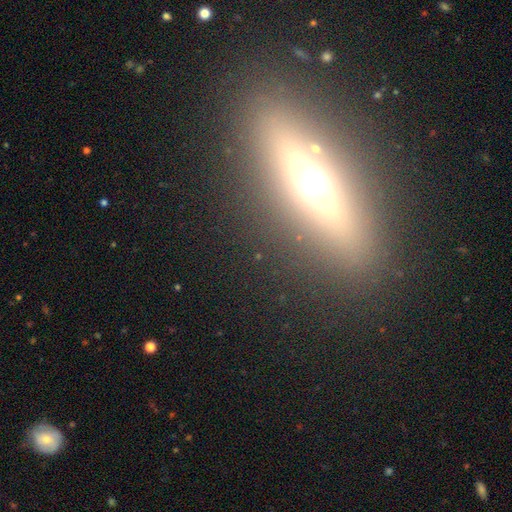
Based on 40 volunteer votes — Morphology: type=featured or disk (72%); edge-on=yes (93%); edge-on bulge=rounded (96%); merging=none (92%).